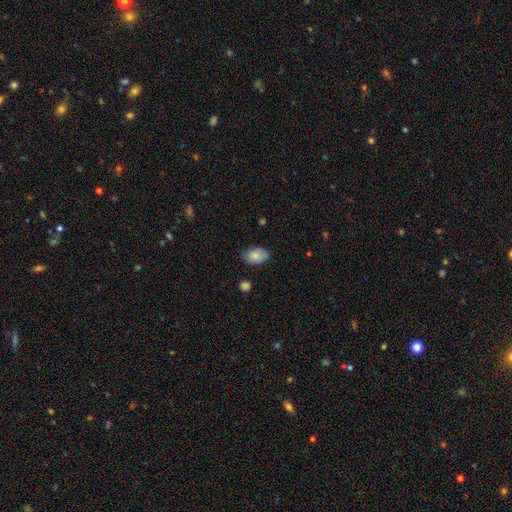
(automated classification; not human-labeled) Q: Smooth or featured?
A: smooth (75%); runner-up: featured or disk (17%)
Q: How rounded?
A: in between (86%); runner-up: round (12%)
Q: Merging?
A: none (73%); runner-up: minor disturbance (22%)